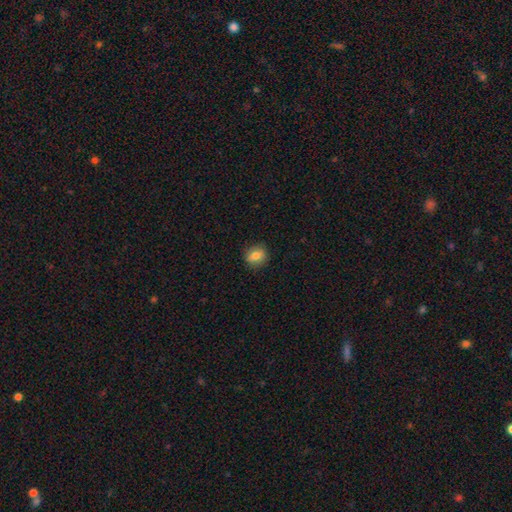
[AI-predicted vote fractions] Smooth or featured: smooth — 78% (featured or disk — 13%)
How rounded: round — 64% (in between — 35%)
Merging: none — 85% (minor disturbance — 11%)